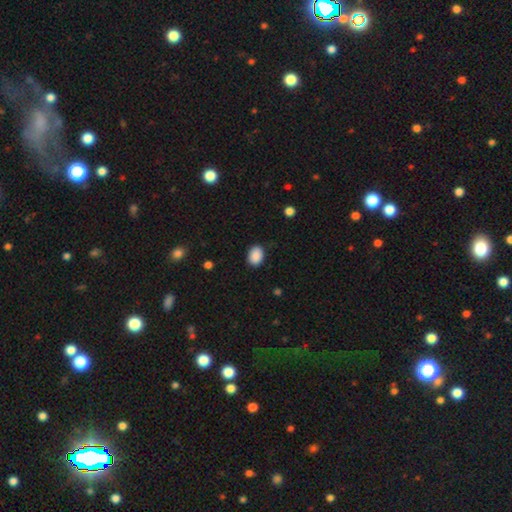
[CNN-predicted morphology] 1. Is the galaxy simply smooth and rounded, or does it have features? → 90% smooth, 8% star or artifact, 3% featured or disk.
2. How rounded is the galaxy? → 72% in between, 27% round, 1% cigar-shaped.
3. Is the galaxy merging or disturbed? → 87% none, 10% minor disturbance, 2% major disturbance, 1% merger.